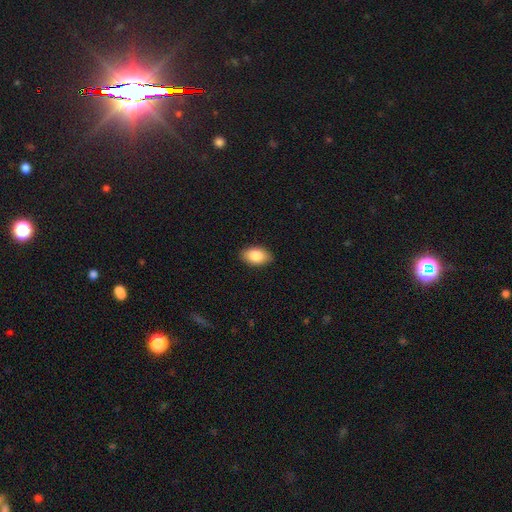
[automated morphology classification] type=smooth (86%); roundness=in between (93%); merging=none (88%).